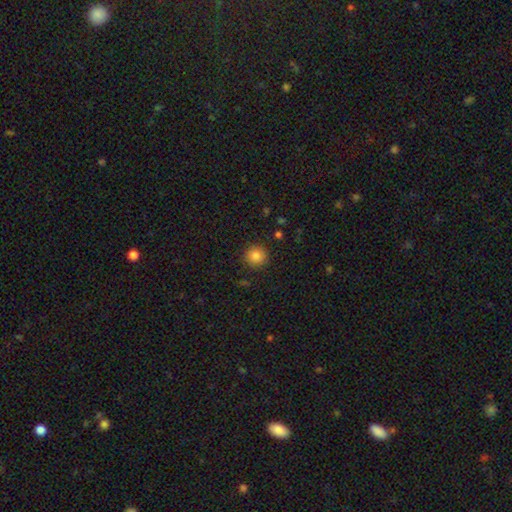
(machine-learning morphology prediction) This appears to be a smooth galaxy with no disk features (84%) that is round (93%). Merging: none (89%).